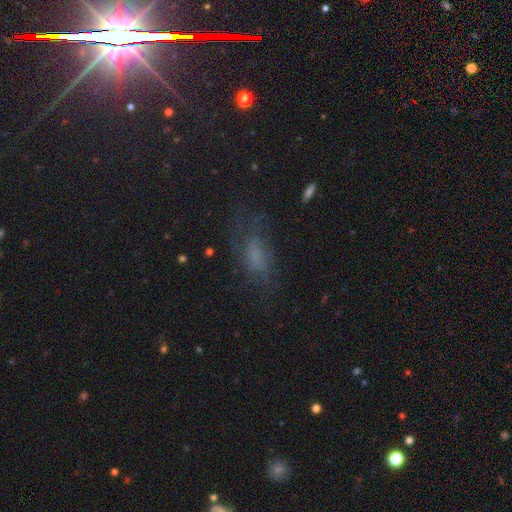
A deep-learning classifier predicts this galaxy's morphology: Overall: smooth (50%; featured or disk 28%). How rounded: in between (77%). Merging: none (56%; minor disturbance 23%).